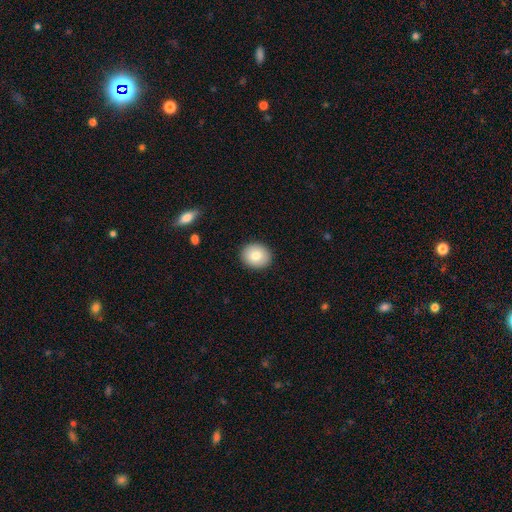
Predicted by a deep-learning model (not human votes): smooth 81%, featured or disk 11%, star or artifact 8%. Down the decision tree: how rounded — round (67%); merging — none (91%).